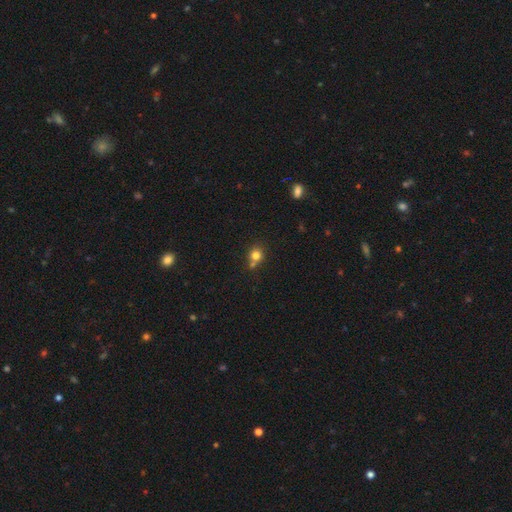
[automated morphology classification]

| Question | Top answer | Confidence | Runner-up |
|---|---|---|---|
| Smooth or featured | smooth | 79% | star or artifact (13%) |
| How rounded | round | 84% | in between (15%) |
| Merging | none | 57% | merger (30%) |